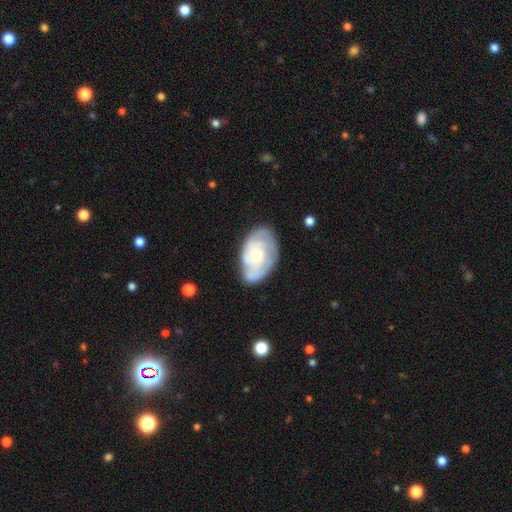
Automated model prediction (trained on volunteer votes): smooth-or-featured: featured or disk: 69% | smooth: 26% | star or artifact: 6%
  disk-edge-on: no: 96% | yes: 4%
    bar: no: 75% | weak: 22% | strong: 3%
    has-spiral-arms: yes: 83% | no: 17%
      spiral-winding: tight: 59% | medium: 32% | loose: 10%
      spiral-arm-count: can't tell: 43% | 2: 24% | 3: 18% | 4: 6% | 1: 5% | more than 4: 3%
    bulge-size: moderate: 50% | small: 38% | large: 7% | none: 4% | dominant: 1%
  merging: none: 67% | minor disturbance: 23% | major disturbance: 7% | merger: 3%